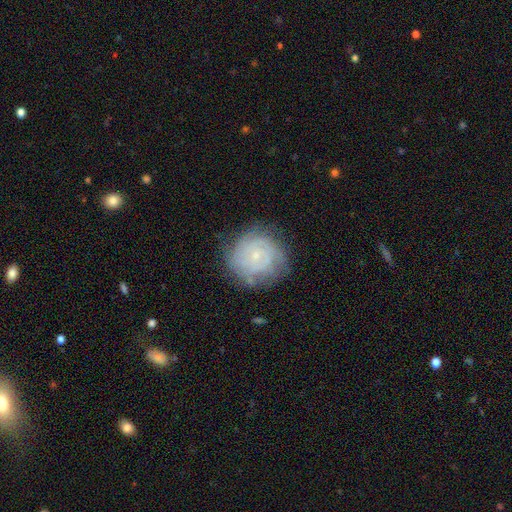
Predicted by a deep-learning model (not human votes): featured or disk 67%, smooth 24%, star or artifact 9%. Down the decision tree: edge-on disk — no (97%); bar — no (77%); spiral arms — yes (87%); spiral arm count — can't tell (46%); spiral winding — tight (74%); bulge size — small (79%); merging — none (75%).